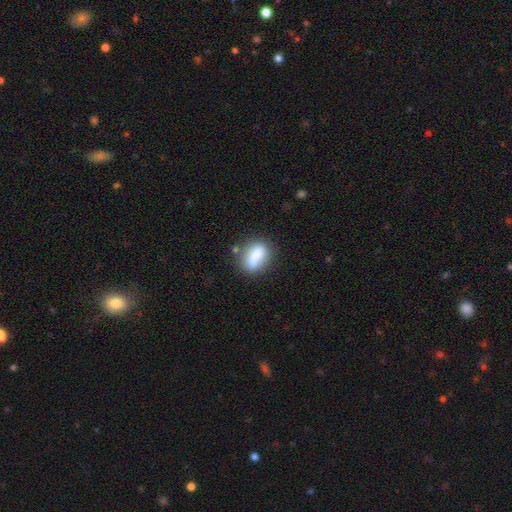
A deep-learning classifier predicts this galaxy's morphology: smooth-or-featured: smooth: 80% | featured or disk: 11% | star or artifact: 8%
  how-rounded: in between: 76% | round: 18% | cigar-shaped: 6%
  merging: none: 60% | minor disturbance: 22% | merger: 11% | major disturbance: 8%